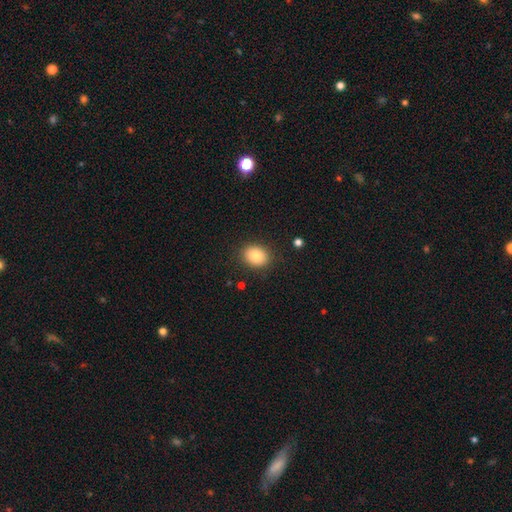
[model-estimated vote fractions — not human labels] Smooth or featured? Predicted: smooth (p=0.84). How rounded? Predicted: in between (p=0.51). Merging? Predicted: none (p=0.87).